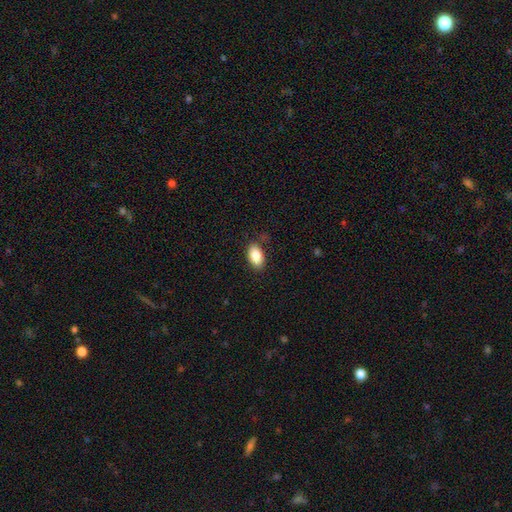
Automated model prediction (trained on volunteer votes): Smooth or featured? smooth (86%)
How rounded? in between (92%)
Merging? none (82%)